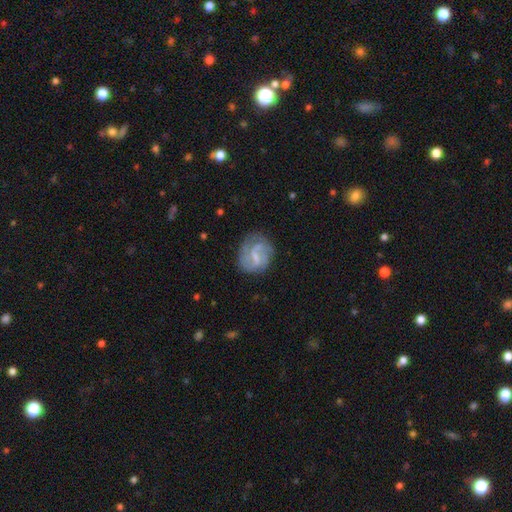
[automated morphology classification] A featured or disk galaxy (71%) with a weak bar (56%), 2 (56%) medium (44%) spiral arms (86%) and a small central bulge (42%). Merging: none (63%).